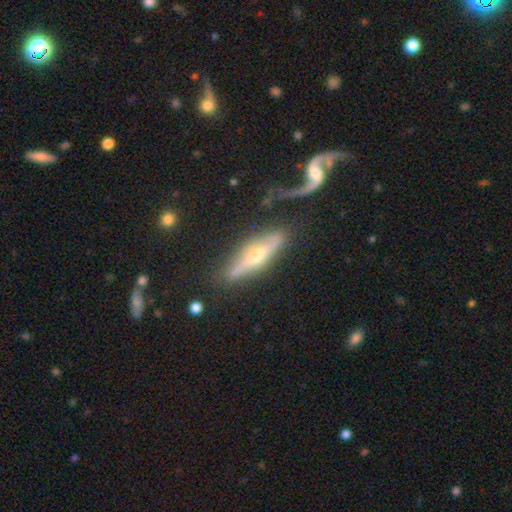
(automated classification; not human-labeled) The model was most divided on "merging": none: 66%, minor disturbance: 18%, merger: 8%, major disturbance: 8%. More confident: edge-on bulge — rounded (86%); edge-on disk — yes (80%); smooth or featured — featured or disk (70%).